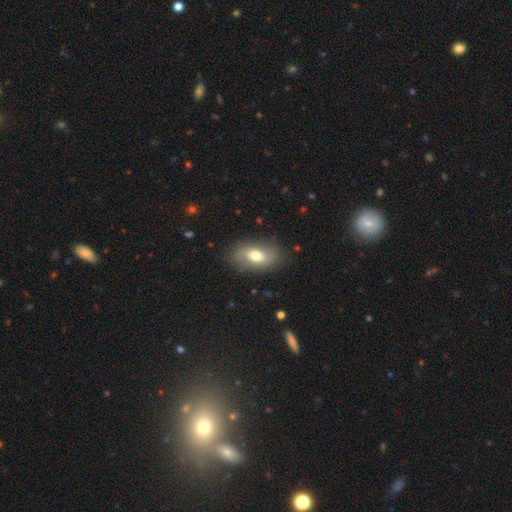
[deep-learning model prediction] Smooth or featured? Predicted: smooth (p=0.57). How rounded? Predicted: in between (p=0.88). Merging? Predicted: none (p=0.80).